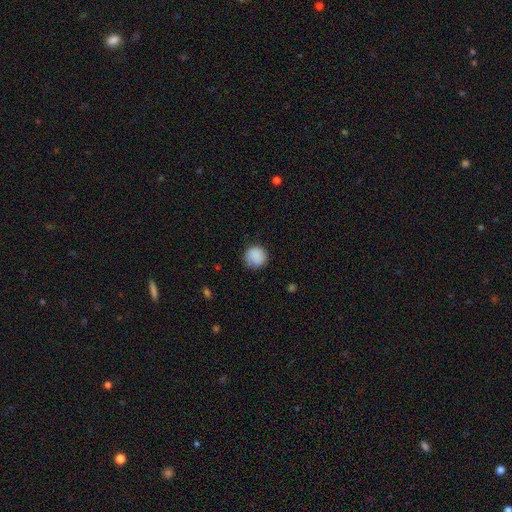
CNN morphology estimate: This is clearly a smooth galaxy (87%). How rounded: clearly round (92%). Merging: clearly none (80%).